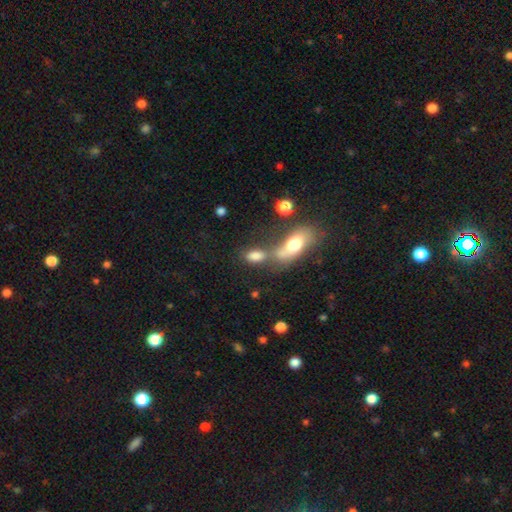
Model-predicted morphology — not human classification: Smooth or featured: smooth — 77% (featured or disk — 12%)
How rounded: in between — 84% (round — 9%)
Merging: none — 41% (merger — 40%)